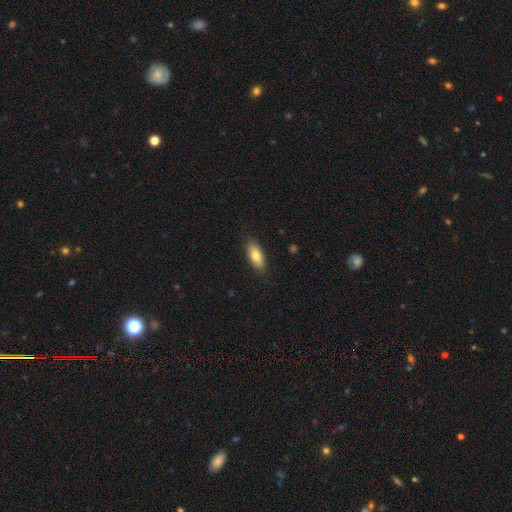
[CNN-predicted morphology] type=smooth (78%); roundness=in between (85%); merging=none (85%).